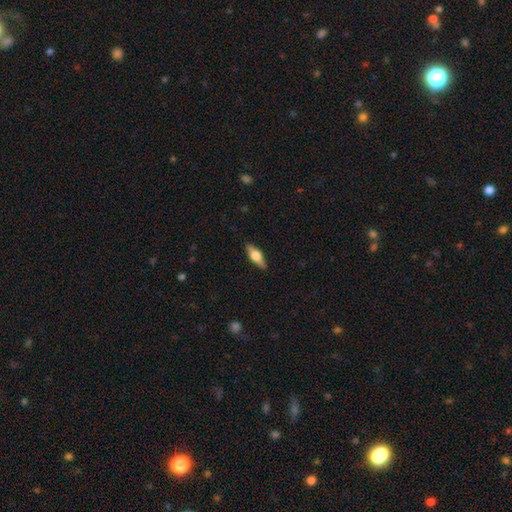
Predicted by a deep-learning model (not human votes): featured or disk 58%, smooth 36%, star or artifact 6%. Down the decision tree: edge-on disk — yes (95%); edge-on bulge — rounded (92%); merging — none (89%).